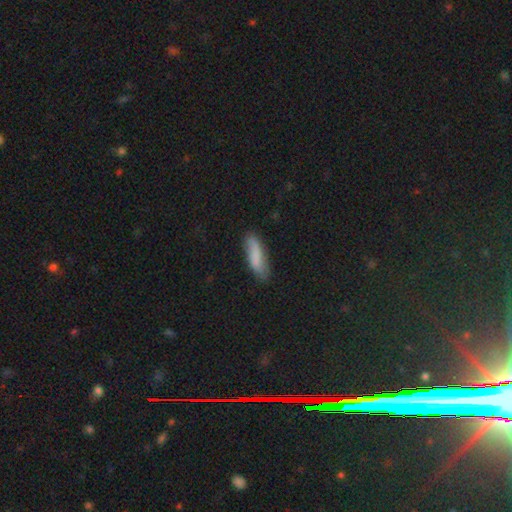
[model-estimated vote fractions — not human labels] The model was most divided on "how rounded": cigar-shaped: 56%, in between: 42%, round: 2%. More confident: smooth or featured — smooth (78%); merging — none (75%).